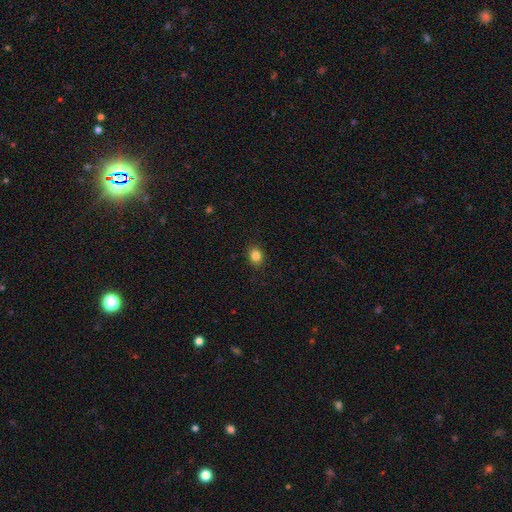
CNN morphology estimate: Overall: smooth (84%). How rounded: round (55%; in between 44%). Merging: none (90%).